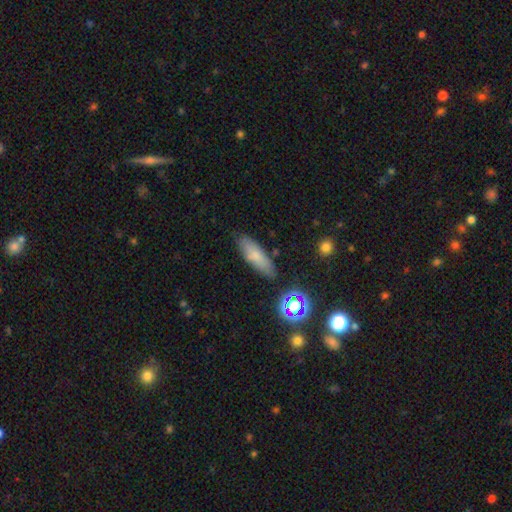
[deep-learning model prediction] Smooth or featured: smooth — 74% (featured or disk — 15%)
How rounded: in between — 49% (cigar-shaped — 48%)
Merging: none — 81% (minor disturbance — 13%)